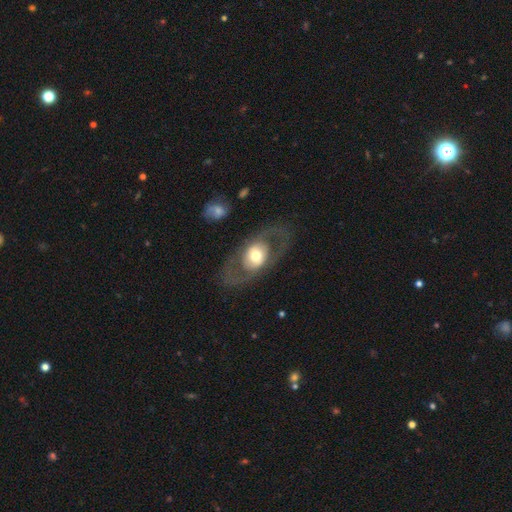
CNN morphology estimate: Smooth or featured? Predicted: featured or disk (p=0.60). Edge-on disk? Predicted: no (p=0.88). Bar? Predicted: no (p=0.79). Spiral arms? Predicted: no (p=0.75). Bulge size? Predicted: moderate (p=0.54). Merging? Predicted: none (p=0.76).